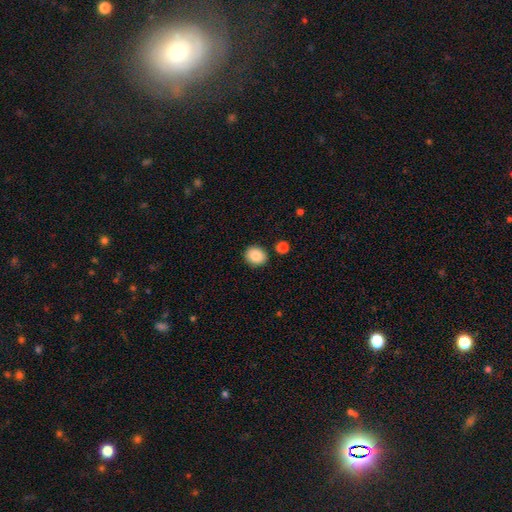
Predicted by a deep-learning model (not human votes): smooth_or_featured: smooth (p=0.87) [alt: star or artifact p=0.08]
how_rounded: round (p=0.70) [alt: in between p=0.29]
merging: none (p=0.88) [alt: minor disturbance p=0.07]